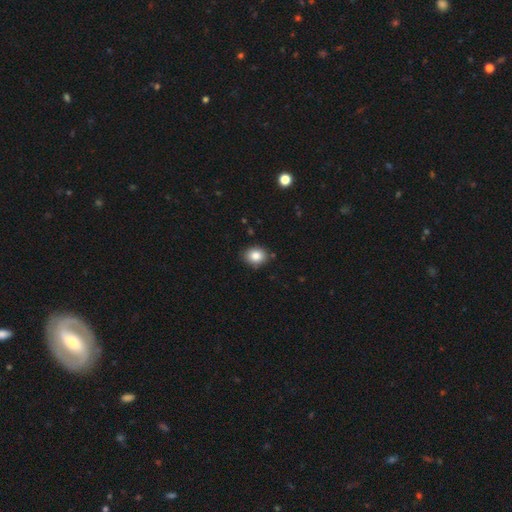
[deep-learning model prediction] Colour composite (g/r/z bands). It shows a smooth galaxy with no disk features (85%) that is round (60%). Merging: none (83%).